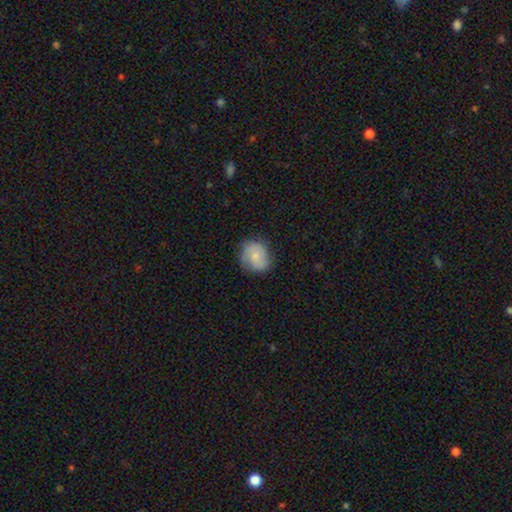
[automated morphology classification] smooth-or-featured: smooth: 52% | featured or disk: 41% | star or artifact: 7%
  how-rounded: round: 69% | in between: 30% | cigar-shaped: 1%
  merging: none: 68% | minor disturbance: 23% | major disturbance: 8% | merger: 1%